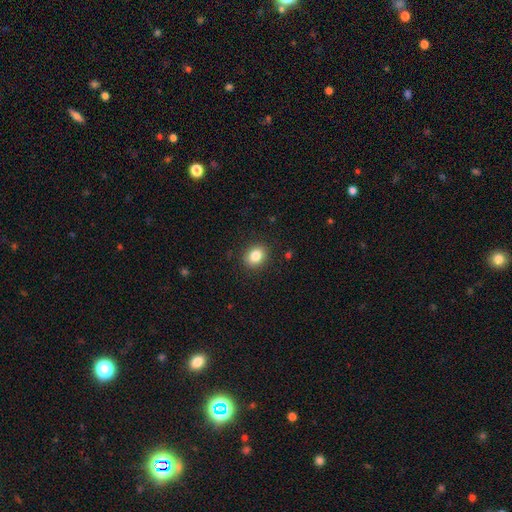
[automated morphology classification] smooth_or_featured: smooth (p=0.84) [alt: star or artifact p=0.09]
how_rounded: in between (p=0.51) [alt: round p=0.48]
merging: none (p=0.89) [alt: minor disturbance p=0.08]